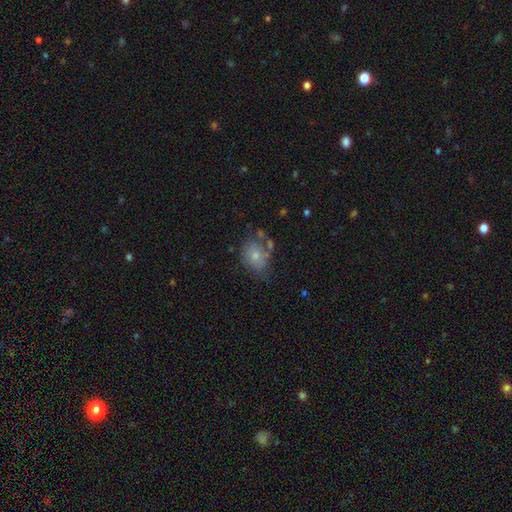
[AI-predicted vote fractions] Smooth or featured? Predicted: smooth (p=0.63). How rounded? Predicted: round (p=0.50). Merging? Predicted: none (p=0.48).